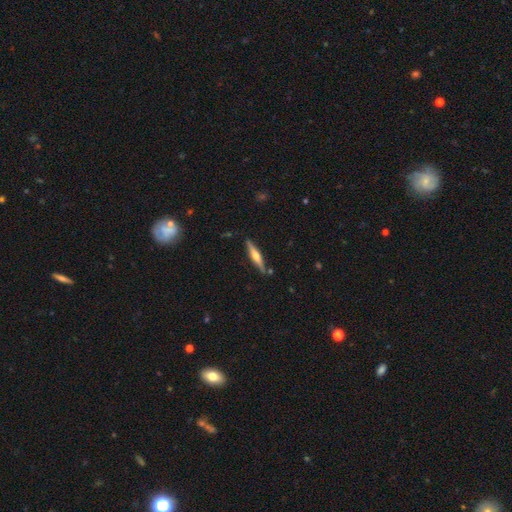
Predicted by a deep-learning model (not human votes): smooth-or-featured: featured or disk: 64% | smooth: 30% | star or artifact: 5%
  disk-edge-on: yes: 97% | no: 3%
    edge-on-bulge: rounded: 89% | boxy: 6% | none: 5%
  merging: none: 86% | minor disturbance: 9% | merger: 3% | major disturbance: 2%